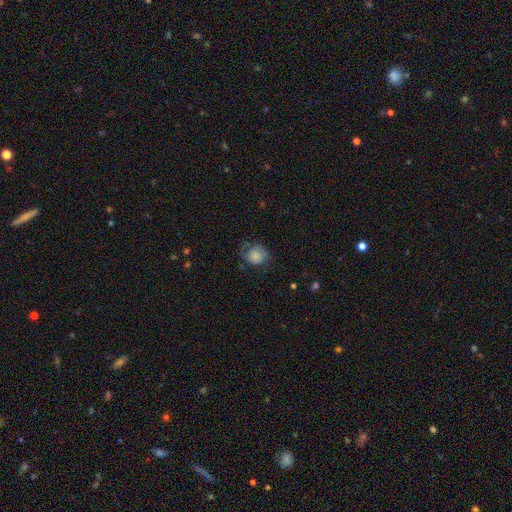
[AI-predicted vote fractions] smooth_or_featured: smooth (p=0.61) [alt: featured or disk p=0.30]
how_rounded: round (p=0.71) [alt: in between p=0.28]
merging: none (p=0.53) [alt: minor disturbance p=0.27]